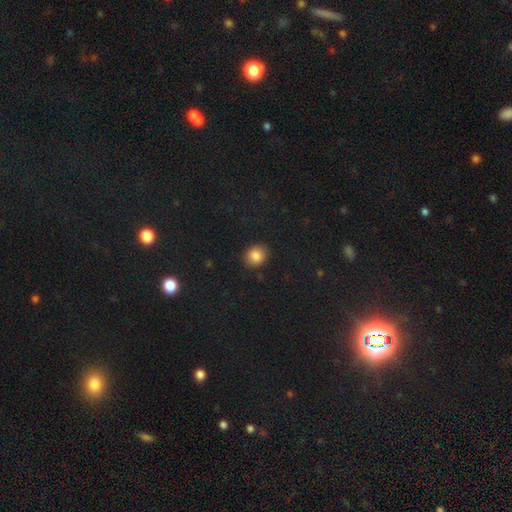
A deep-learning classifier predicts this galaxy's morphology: Overall: smooth (85%). How rounded: round (69%; in between 30%). Merging: none (87%).